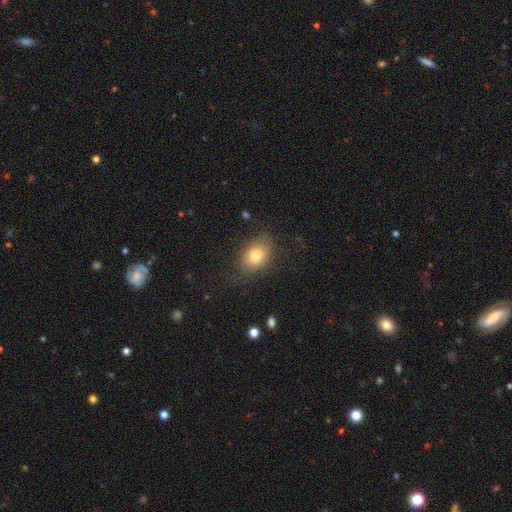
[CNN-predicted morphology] Smooth or featured: smooth — 77% (featured or disk — 13%)
How rounded: in between — 70% (round — 29%)
Merging: none — 75% (minor disturbance — 17%)